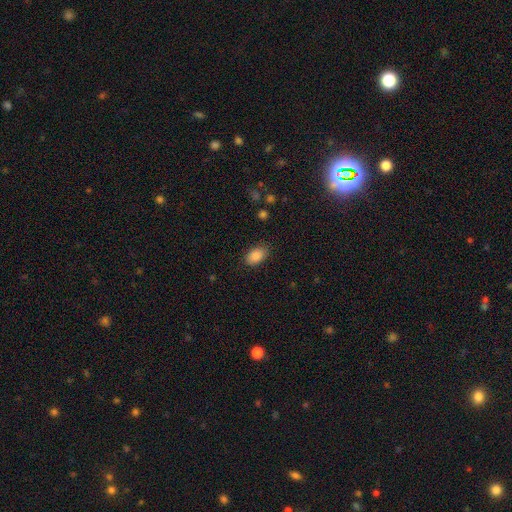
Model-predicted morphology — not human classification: Smooth or featured?
  - smooth: 87% *
  - star or artifact: 8%
  - featured or disk: 5%
How rounded?
  - in between: 89% *
  - round: 9%
  - cigar-shaped: 1%
Merging?
  - none: 84% *
  - minor disturbance: 12%
  - major disturbance: 3%
  - merger: 1%